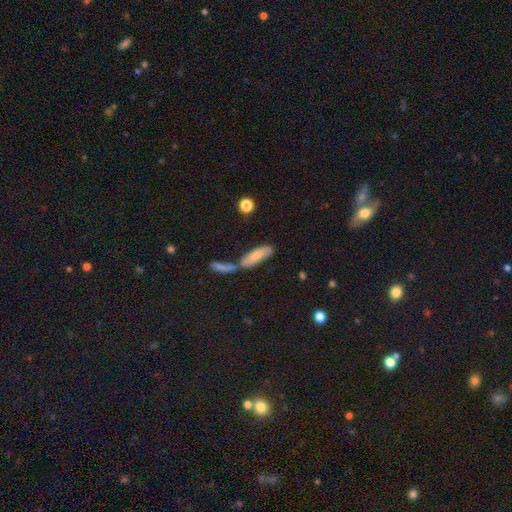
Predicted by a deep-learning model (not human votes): smooth-or-featured: smooth: 71% | featured or disk: 21% | star or artifact: 8%
  how-rounded: in between: 49% | cigar-shaped: 48% | round: 3%
  merging: merger: 44% | none: 38% | minor disturbance: 12% | major disturbance: 6%